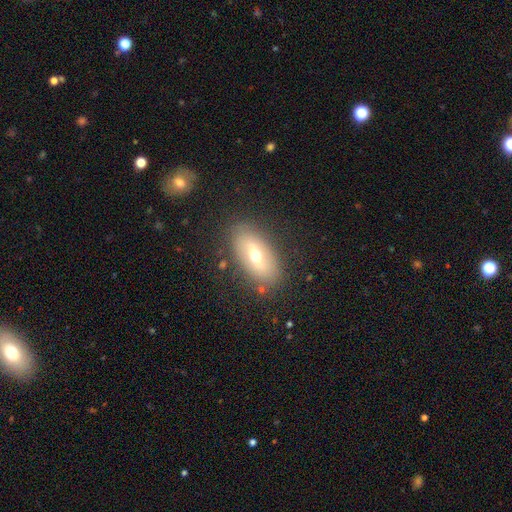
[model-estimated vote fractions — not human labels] This is possibly a smooth galaxy (50%). Merging: clearly none (81%).